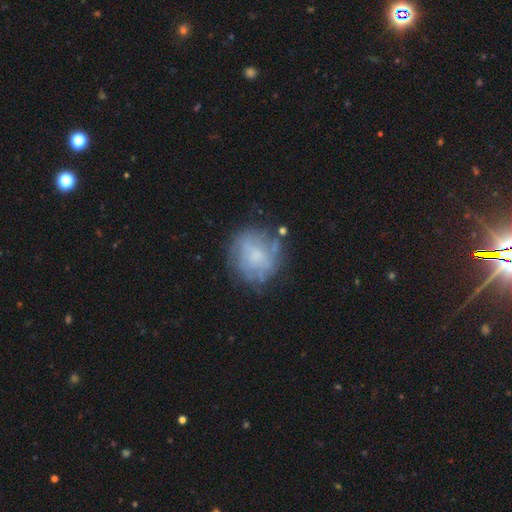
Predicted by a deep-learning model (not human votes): Overall: featured or disk (51%; smooth 38%). Edge-on disk: no (97%). Merging: none (62%).